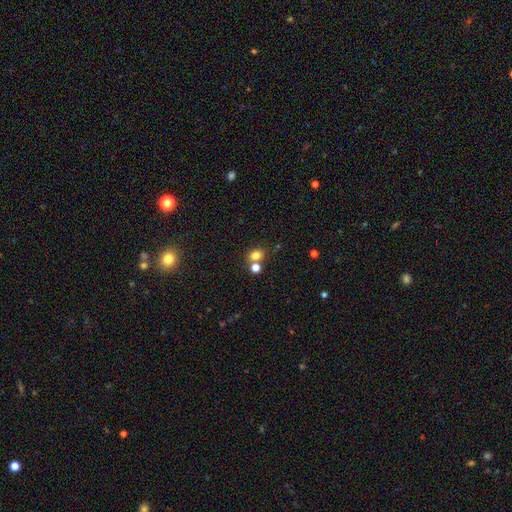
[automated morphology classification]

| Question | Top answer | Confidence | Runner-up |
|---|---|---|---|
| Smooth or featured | smooth | 78% | star or artifact (14%) |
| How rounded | round | 56% | in between (43%) |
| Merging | none | 58% | merger (29%) |